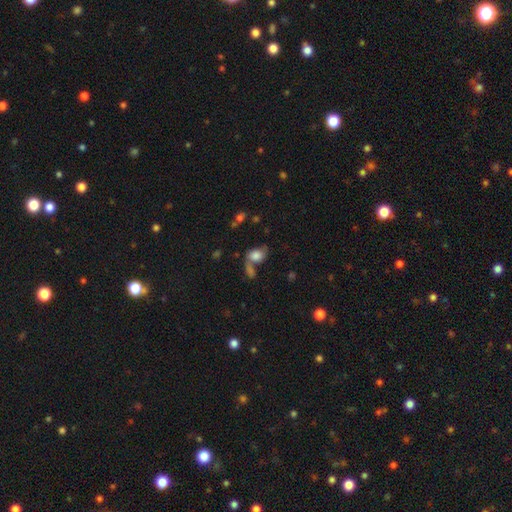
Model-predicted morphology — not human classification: smooth 68%, featured or disk 19%, star or artifact 12%. Down the decision tree: how rounded — in between (71%); merging — merger (38%).